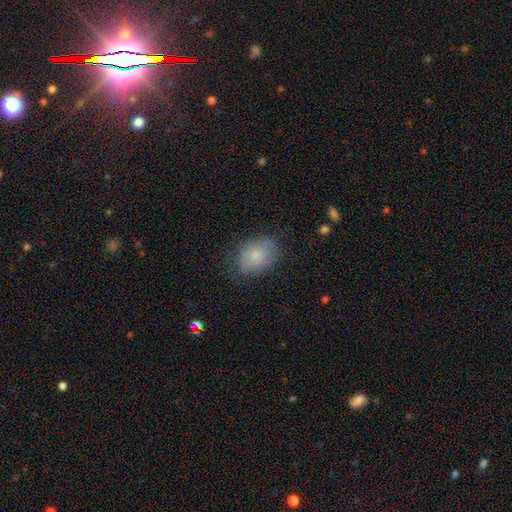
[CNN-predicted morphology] The model was most divided on "how rounded": in between: 75%, round: 24%, cigar-shaped: 1%. More confident: smooth or featured — smooth (76%); merging — none (72%).